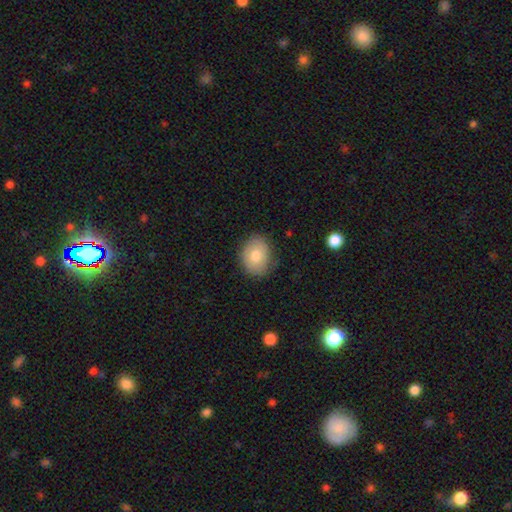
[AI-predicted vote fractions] Q: Smooth or featured?
A: smooth (75%); runner-up: featured or disk (18%)
Q: How rounded?
A: in between (57%); runner-up: round (42%)
Q: Merging?
A: none (82%); runner-up: minor disturbance (14%)